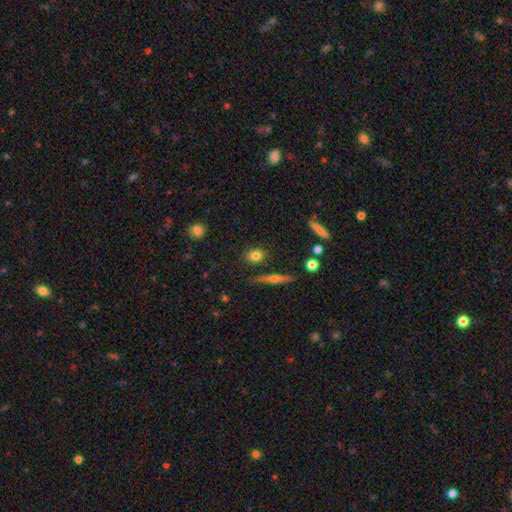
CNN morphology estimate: smooth 78%, featured or disk 12%, star or artifact 10%. Down the decision tree: how rounded — round (53%); merging — none (84%).